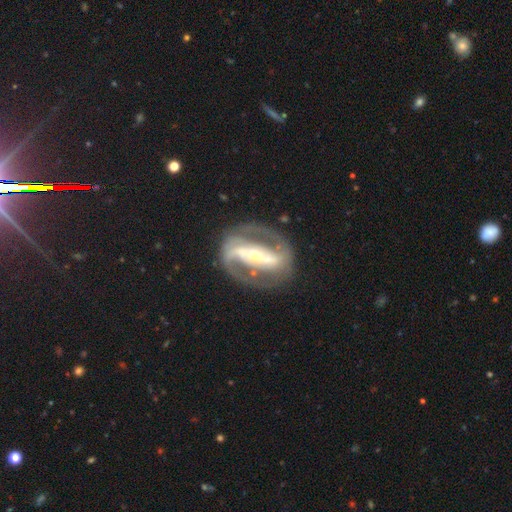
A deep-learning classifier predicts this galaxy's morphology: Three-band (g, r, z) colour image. It shows a featured or disk galaxy (88%) with a strong bar (75%), 2 (88%) medium (48%) spiral arms (91%) and a small central bulge (62%). Merging: none (77%).